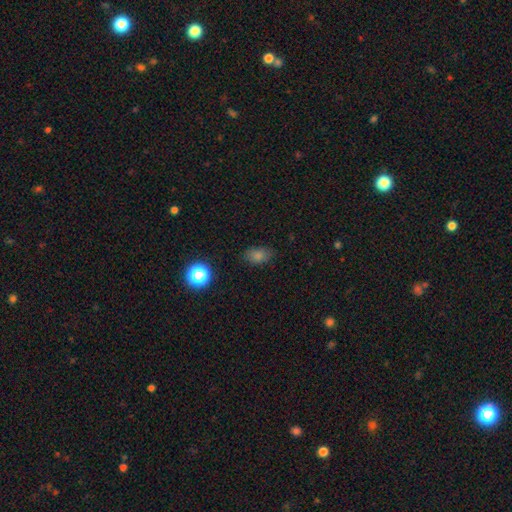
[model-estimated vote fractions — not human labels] smooth 76%, star or artifact 18%, featured or disk 6%. Down the decision tree: how rounded — in between (77%); merging — none (81%).